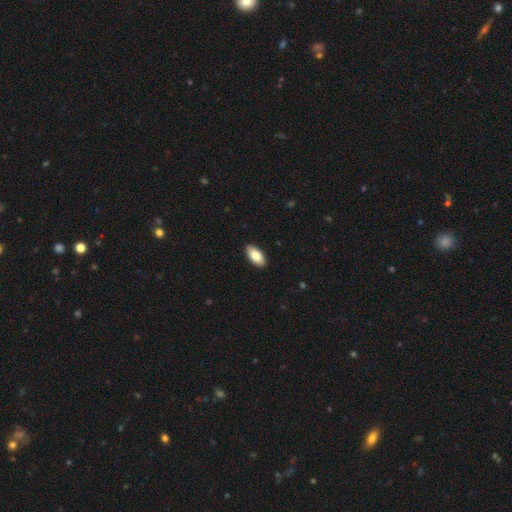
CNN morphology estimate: Smooth or featured? smooth (82%)
How rounded? in between (92%)
Merging? none (90%)